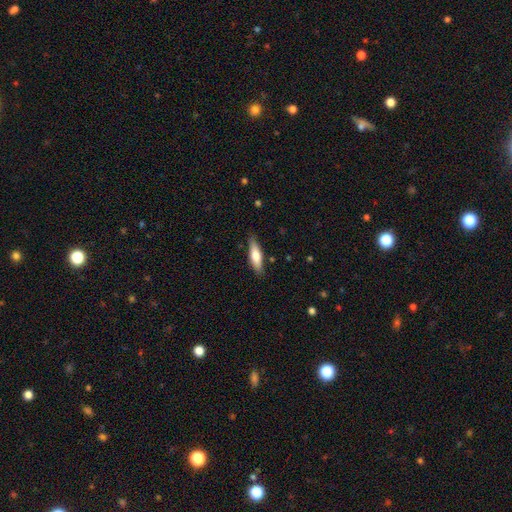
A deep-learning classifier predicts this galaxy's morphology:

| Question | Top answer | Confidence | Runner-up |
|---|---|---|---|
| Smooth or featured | smooth | 67% | featured or disk (27%) |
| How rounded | cigar-shaped | 58% | in between (40%) |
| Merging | none | 84% | minor disturbance (13%) |